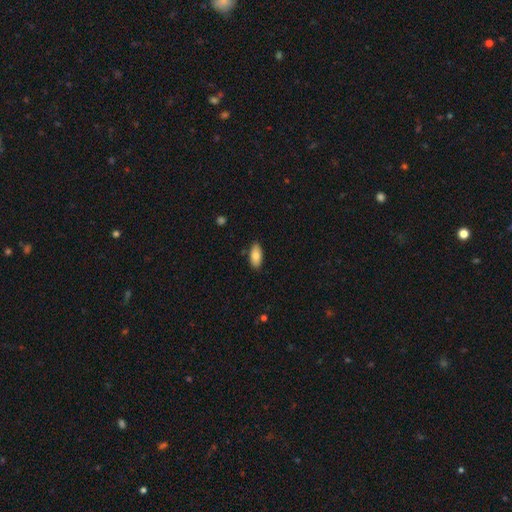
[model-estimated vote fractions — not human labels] smooth_or_featured: smooth (p=0.82) [alt: featured or disk p=0.11]
how_rounded: in between (p=0.91) [alt: cigar-shaped p=0.07]
merging: none (p=0.87) [alt: minor disturbance p=0.10]